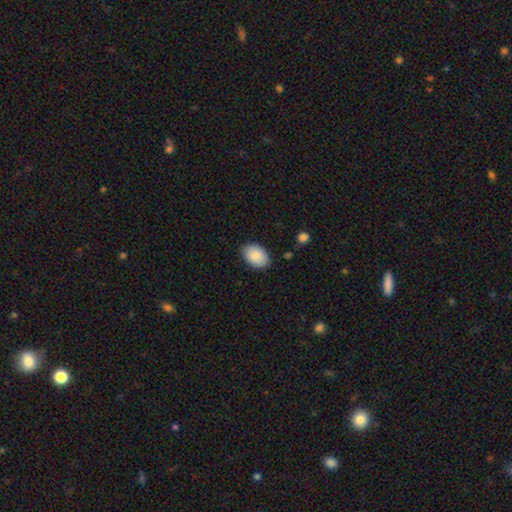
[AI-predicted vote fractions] A smooth galaxy with no disk features (88%) that is in between round and cigar-shaped (87%). Merging: none (86%).